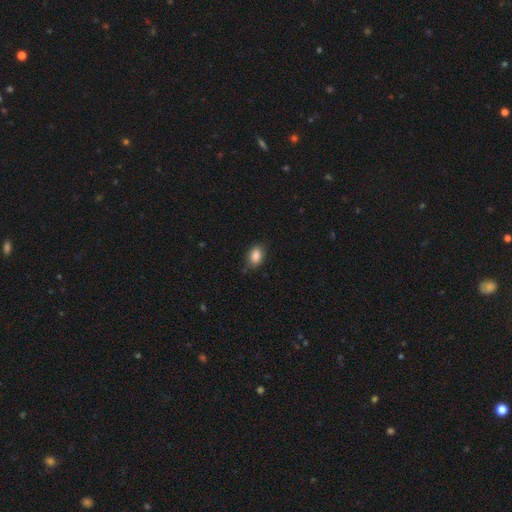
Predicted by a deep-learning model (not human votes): This appears to be a smooth galaxy with no disk features (86%) that is in between round and cigar-shaped (85%). Merging: none (80%).